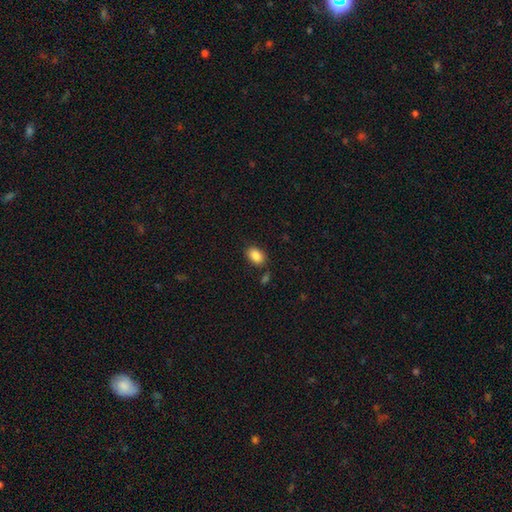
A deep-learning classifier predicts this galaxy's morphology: smooth-or-featured: smooth: 87% | star or artifact: 8% | featured or disk: 5%
  how-rounded: in between: 83% | round: 16% | cigar-shaped: 1%
  merging: none: 79% | minor disturbance: 12% | merger: 5% | major disturbance: 3%